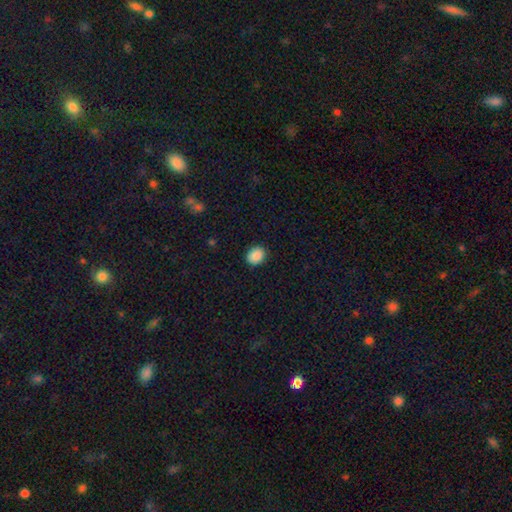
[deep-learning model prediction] Smooth or featured?
  - smooth: 89% *
  - star or artifact: 8%
  - featured or disk: 3%
How rounded?
  - round: 52% *
  - in between: 47%
  - cigar-shaped: 1%
Merging?
  - none: 88% *
  - minor disturbance: 9%
  - major disturbance: 2%
  - merger: 1%